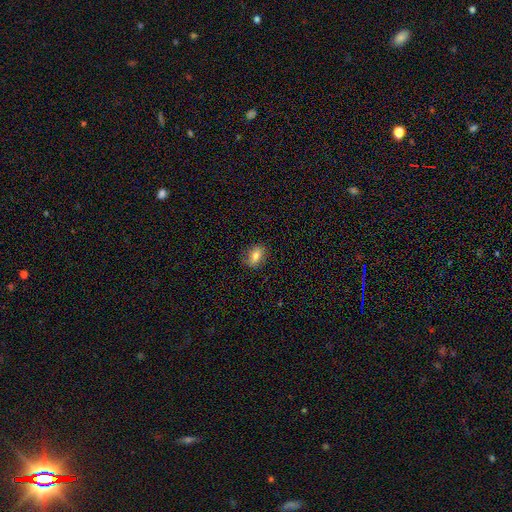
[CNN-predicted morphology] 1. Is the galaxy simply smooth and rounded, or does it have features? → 75% smooth, 15% featured or disk, 10% star or artifact.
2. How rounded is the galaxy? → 74% in between, 22% round, 3% cigar-shaped.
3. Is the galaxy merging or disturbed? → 82% none, 14% minor disturbance, 3% major disturbance, 1% merger.